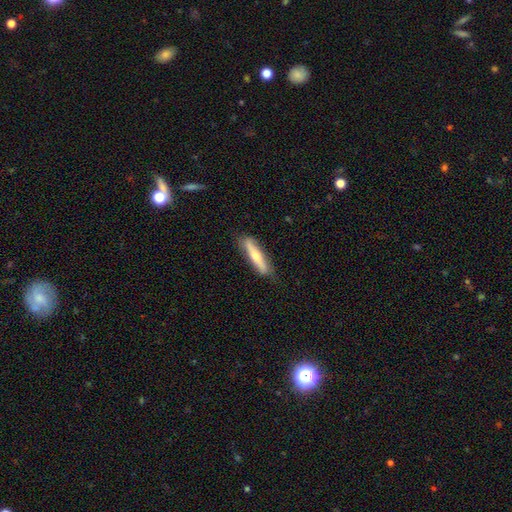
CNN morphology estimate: A smooth galaxy with no disk features (49%).

Vote fractions:
- Smooth or featured? smooth: 49% / featured or disk: 46% / star or artifact: 5%
- Merging? none: 82% / minor disturbance: 14% / major disturbance: 3% / merger: 1%